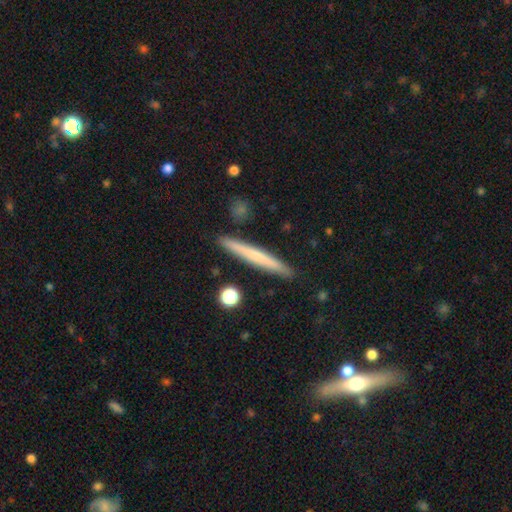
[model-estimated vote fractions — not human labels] This appears to be a smooth galaxy with no disk features (58%) that is cigar-shaped (96%). Merging: none (91%).